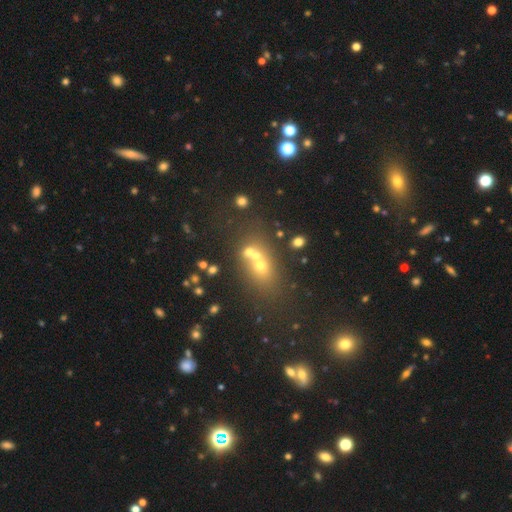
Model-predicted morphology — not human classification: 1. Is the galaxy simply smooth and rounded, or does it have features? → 53% smooth, 25% featured or disk, 21% star or artifact.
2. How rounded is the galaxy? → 54% in between, 42% round, 4% cigar-shaped.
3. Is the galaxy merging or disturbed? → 46% merger, 38% none, 9% minor disturbance, 7% major disturbance.